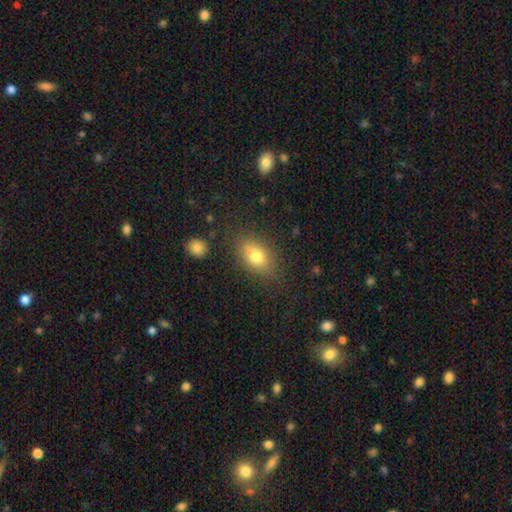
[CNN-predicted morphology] Smooth or featured? smooth (77%)
How rounded? in between (82%)
Merging? none (75%)